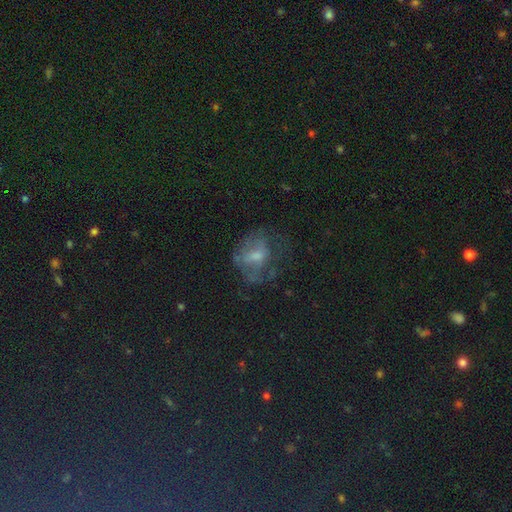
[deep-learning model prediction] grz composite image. It shows a star or artifact, not a galaxy (39%).